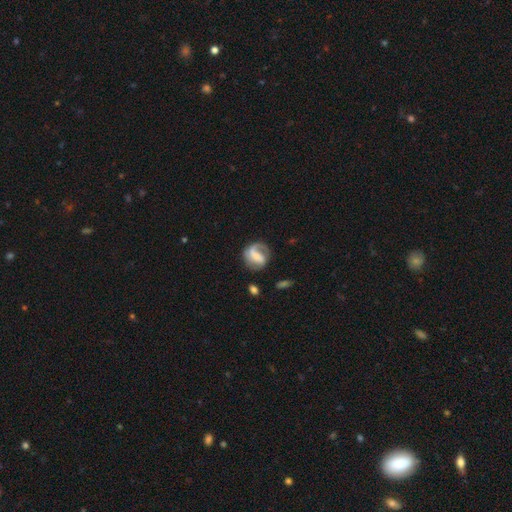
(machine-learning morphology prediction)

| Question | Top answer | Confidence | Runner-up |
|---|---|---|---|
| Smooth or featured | featured or disk | 71% | smooth (22%) |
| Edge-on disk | no | 97% | yes (3%) |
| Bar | weak | 45% | strong (29%) |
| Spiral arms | yes | 90% | no (10%) |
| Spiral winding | medium | 42% | loose (34%) |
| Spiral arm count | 2 | 50% | 1 (40%) |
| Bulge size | small | 39% | moderate (28%) |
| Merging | none | 61% | minor disturbance (20%) |